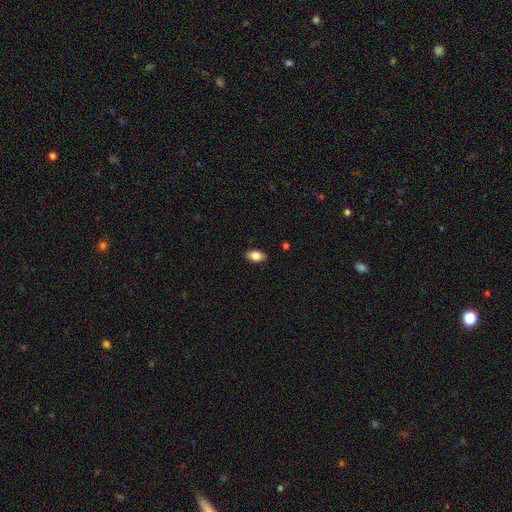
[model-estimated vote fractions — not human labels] Smooth or featured? smooth (83%)
How rounded? in between (91%)
Merging? none (88%)